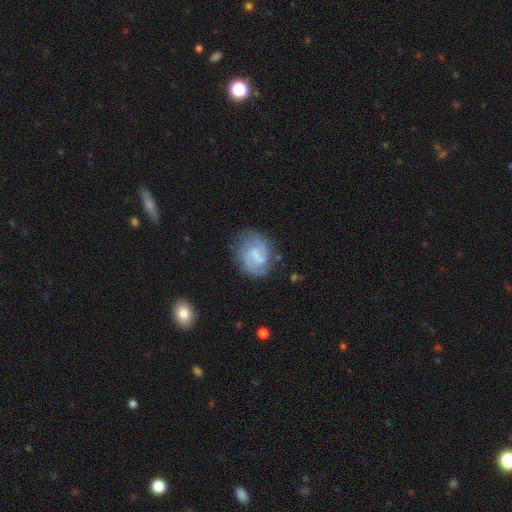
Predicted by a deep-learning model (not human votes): Smooth or featured?
  - featured or disk: 71% *
  - smooth: 22%
  - star or artifact: 7%
Edge-on disk?
  - no: 98% *
  - yes: 2%
Bar?
  - weak: 58% *
  - no: 23%
  - strong: 20%
Spiral arms?
  - yes: 90% *
  - no: 10%
Spiral winding?
  - medium: 47% *
  - tight: 32%
  - loose: 21%
Spiral arm count?
  - 2: 77% *
  - can't tell: 12%
  - 1: 5%
  - 3: 3%
  - 4: 1%
  - more than 4: 1%
Bulge size?
  - none: 41% *
  - small: 33%
  - moderate: 21%
  - large: 4%
  - dominant: 1%
Merging?
  - none: 69% *
  - minor disturbance: 20%
  - major disturbance: 9%
  - merger: 2%